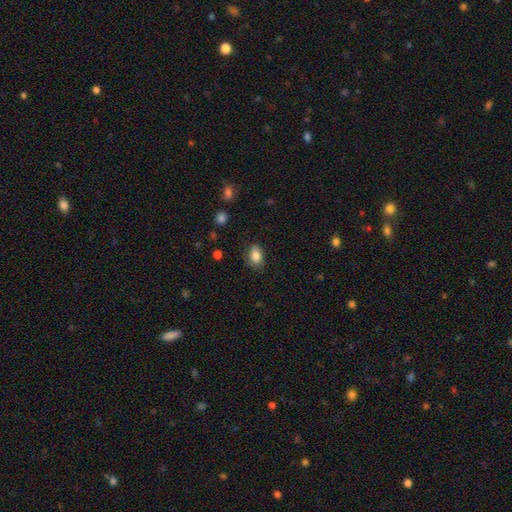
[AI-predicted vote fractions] smooth_or_featured: smooth (p=0.85) [alt: star or artifact p=0.08]
how_rounded: in between (p=0.79) [alt: round p=0.20]
merging: none (p=0.76) [alt: minor disturbance p=0.19]